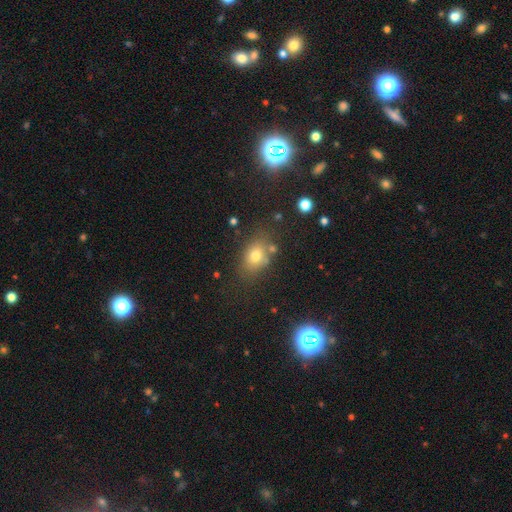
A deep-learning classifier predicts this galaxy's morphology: smooth-or-featured: smooth: 70% | star or artifact: 17% | featured or disk: 13%
  how-rounded: in between: 65% | round: 33% | cigar-shaped: 2%
  merging: none: 72% | minor disturbance: 15% | merger: 8% | major disturbance: 5%